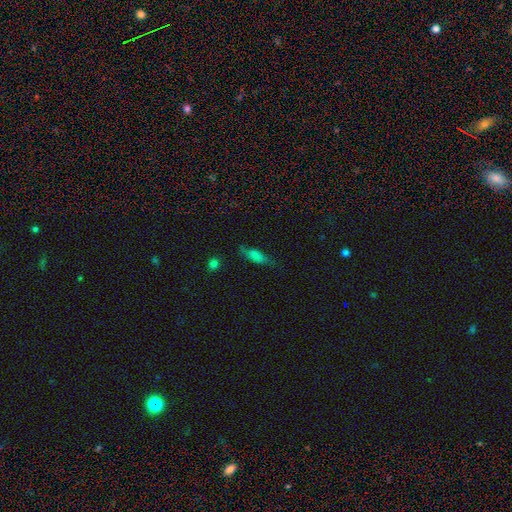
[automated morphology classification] Smooth or featured: smooth — 72% (featured or disk — 17%)
How rounded: in between — 61% (cigar-shaped — 36%)
Merging: none — 57% (minor disturbance — 30%)